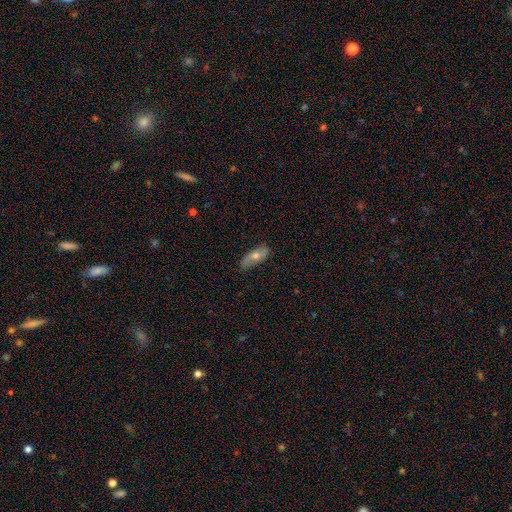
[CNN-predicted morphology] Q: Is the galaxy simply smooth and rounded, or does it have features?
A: smooth — 55%.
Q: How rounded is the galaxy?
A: in between — 69%.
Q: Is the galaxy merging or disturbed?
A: none — 74%.